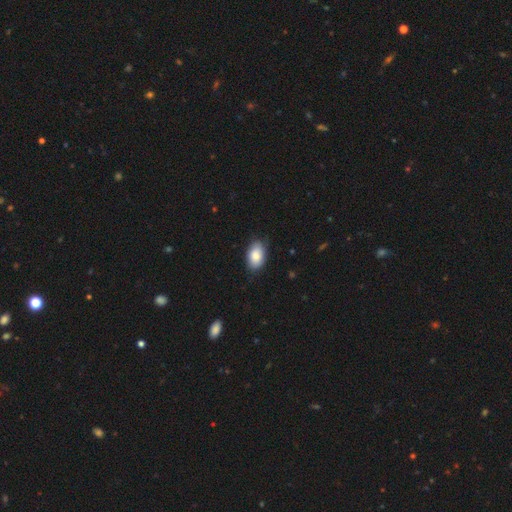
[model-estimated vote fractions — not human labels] Smooth or featured?
  - smooth: 85% *
  - featured or disk: 9%
  - star or artifact: 6%
How rounded?
  - in between: 91% *
  - round: 7%
  - cigar-shaped: 1%
Merging?
  - none: 80% *
  - minor disturbance: 17%
  - major disturbance: 2%
  - merger: 1%